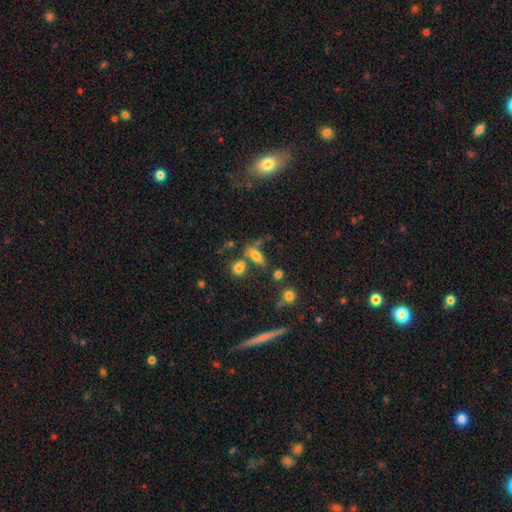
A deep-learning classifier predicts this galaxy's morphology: Smooth or featured? smooth (68%)
How rounded? in between (67%)
Merging? none (54%)